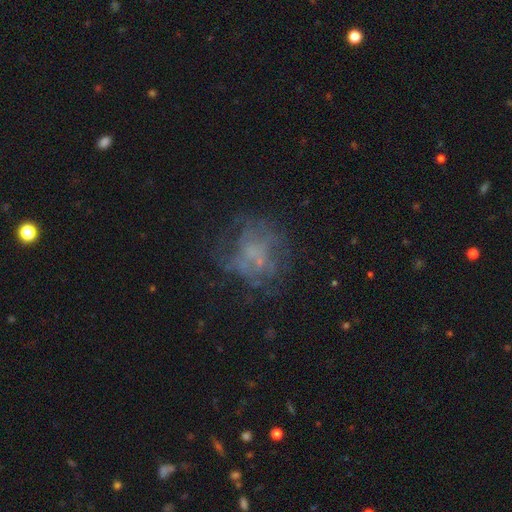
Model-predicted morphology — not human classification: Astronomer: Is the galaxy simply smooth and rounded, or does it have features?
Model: featured or disk — 51% (runner-up: smooth, 28%).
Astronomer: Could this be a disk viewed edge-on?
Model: no — 98%.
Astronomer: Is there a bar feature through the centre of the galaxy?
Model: no — 87%.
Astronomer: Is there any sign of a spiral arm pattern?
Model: no — 81%.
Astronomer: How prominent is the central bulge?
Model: none — 61%.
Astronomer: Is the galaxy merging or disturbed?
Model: none — 58%.